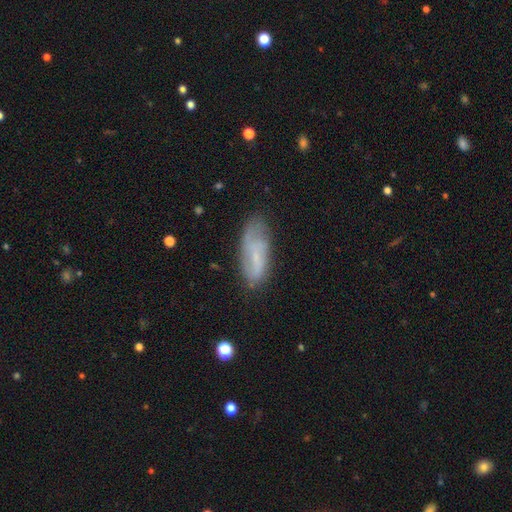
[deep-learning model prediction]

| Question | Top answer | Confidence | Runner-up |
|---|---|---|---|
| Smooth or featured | featured or disk | 49% | smooth (43%) |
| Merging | none | 63% | minor disturbance (26%) |